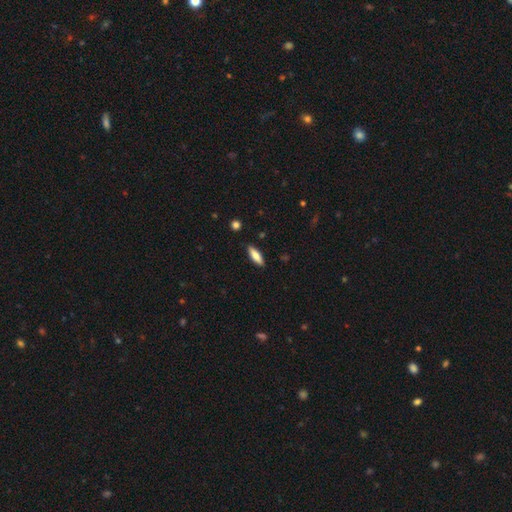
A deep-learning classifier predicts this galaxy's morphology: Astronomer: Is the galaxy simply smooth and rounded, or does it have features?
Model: smooth — 77%.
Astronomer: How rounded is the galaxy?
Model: in between — 52% (runner-up: cigar-shaped, 46%).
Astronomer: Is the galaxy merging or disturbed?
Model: none — 88%.